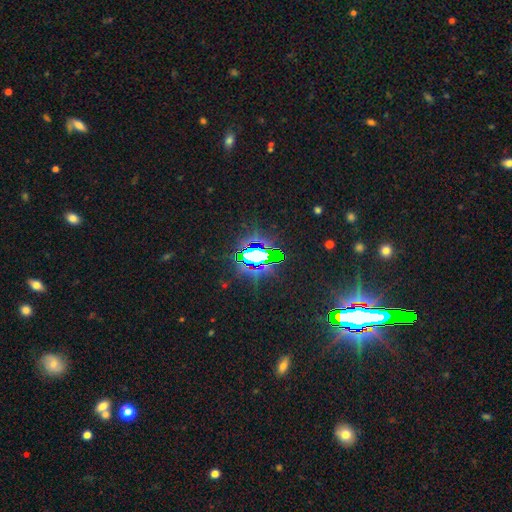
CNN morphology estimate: A star or artifact, not a galaxy (76%).